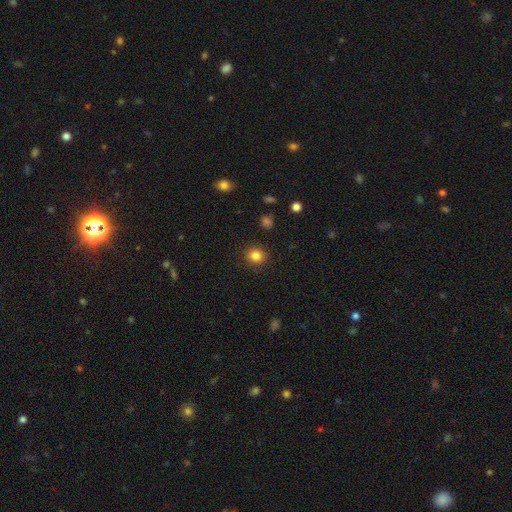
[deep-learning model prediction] Smooth or featured? smooth (84%)
How rounded? round (86%)
Merging? none (91%)